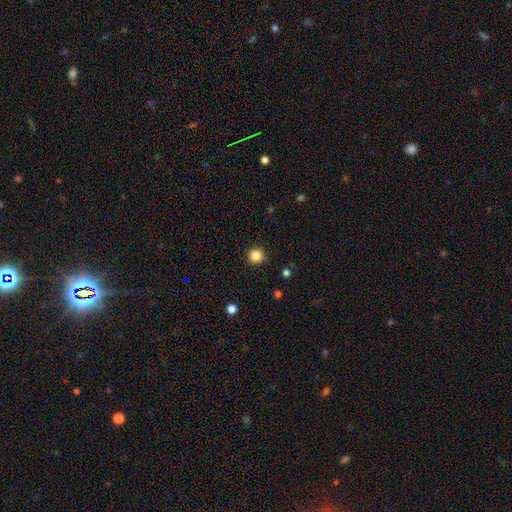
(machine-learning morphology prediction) Q: Smooth or featured?
A: smooth (84%); runner-up: star or artifact (12%)
Q: How rounded?
A: round (96%); runner-up: in between (3%)
Q: Merging?
A: none (92%); runner-up: minor disturbance (5%)